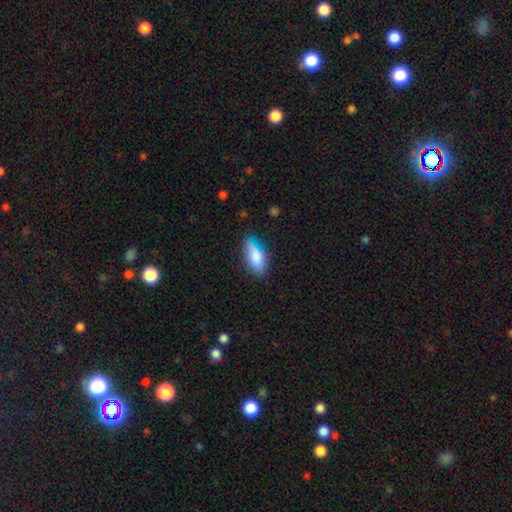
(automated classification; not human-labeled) smooth 75%, featured or disk 17%, star or artifact 9%. Down the decision tree: how rounded — in between (80%); merging — none (67%).